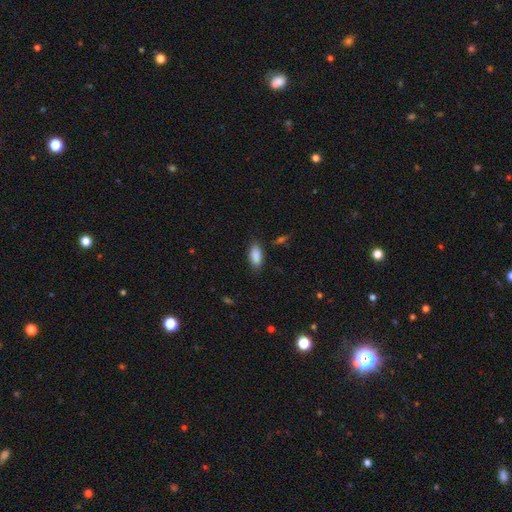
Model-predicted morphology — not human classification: Overall: smooth (89%). How rounded: in between (90%). Merging: none (83%).